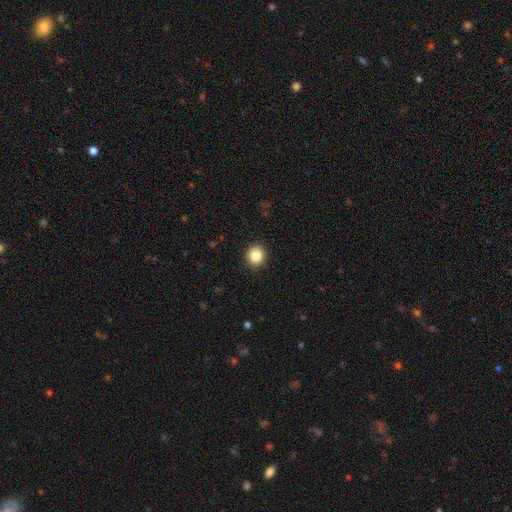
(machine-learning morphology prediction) Smooth or featured? smooth (85%)
How rounded? round (90%)
Merging? none (93%)